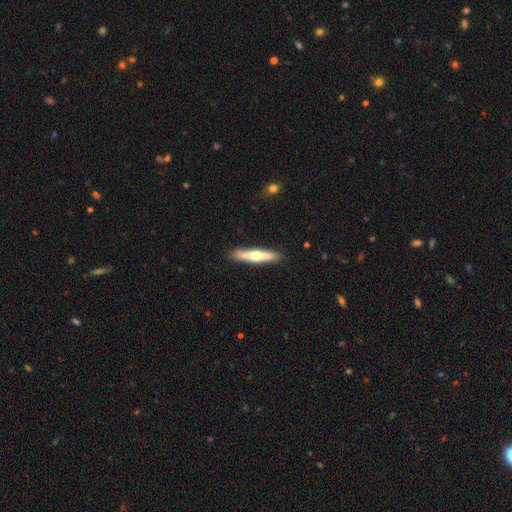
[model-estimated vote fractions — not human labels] Smooth or featured: featured or disk — 50% (smooth — 45%)
Edge-on disk: yes — 92% (no — 8%)
Merging: none — 91% (minor disturbance — 7%)